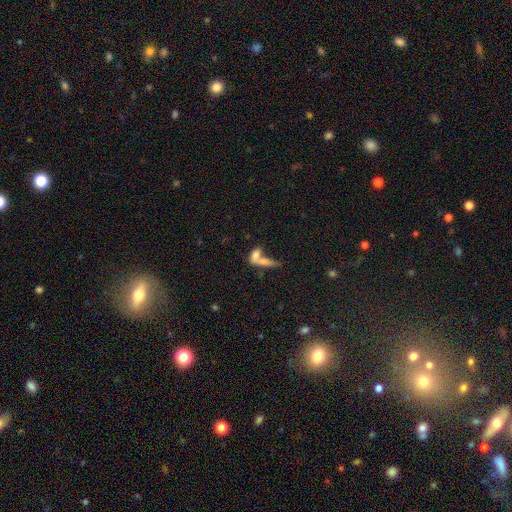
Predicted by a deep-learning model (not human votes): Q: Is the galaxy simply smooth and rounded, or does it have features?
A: smooth — 67%.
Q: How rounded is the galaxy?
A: in between — 65%.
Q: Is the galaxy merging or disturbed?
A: merger — 64%.